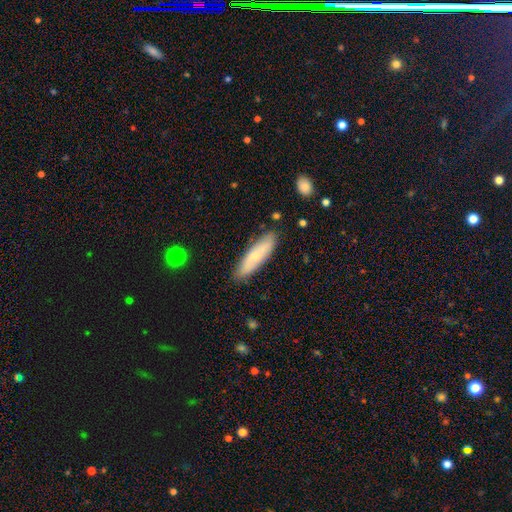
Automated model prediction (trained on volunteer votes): A smooth galaxy with no disk features (67%) that is cigar-shaped (66%). Merging: none (84%).